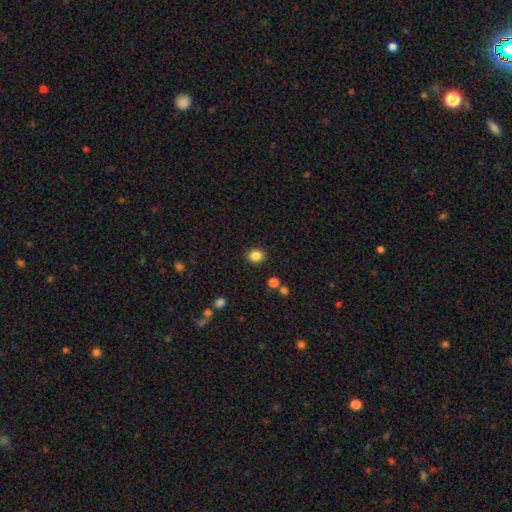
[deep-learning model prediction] This appears to be a smooth galaxy with no disk features (85%) that is round (70%). Merging: none (89%).